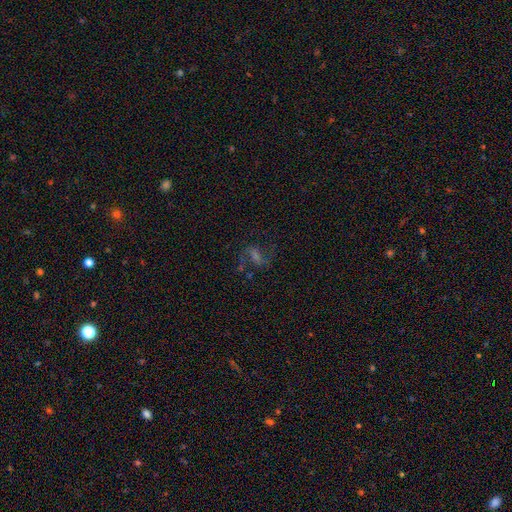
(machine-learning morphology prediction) The model was most divided on "bulge size": small: 35%, moderate: 34%, none: 20%, large: 9%, dominant: 2%. Remaining: edge-on disk — no (96%); spiral arms — yes (92%); spiral arm count — 2 (88%); merging — none (70%); smooth or featured — featured or disk (66%); bar — weak (49%); spiral winding — loose (46%).